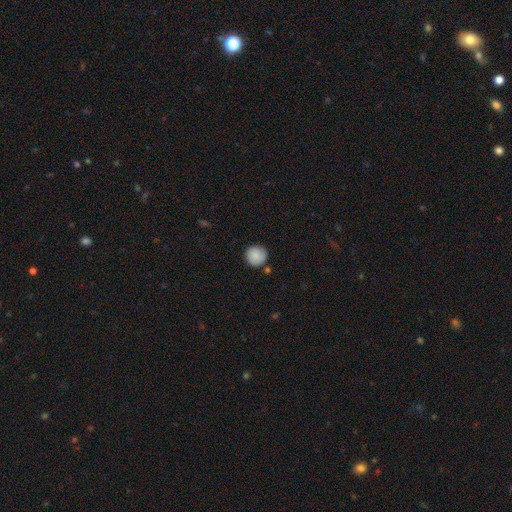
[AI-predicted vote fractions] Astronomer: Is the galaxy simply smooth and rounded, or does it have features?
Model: smooth — 86%.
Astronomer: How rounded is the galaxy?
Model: round — 95%.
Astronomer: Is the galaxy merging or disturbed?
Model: none — 86%.